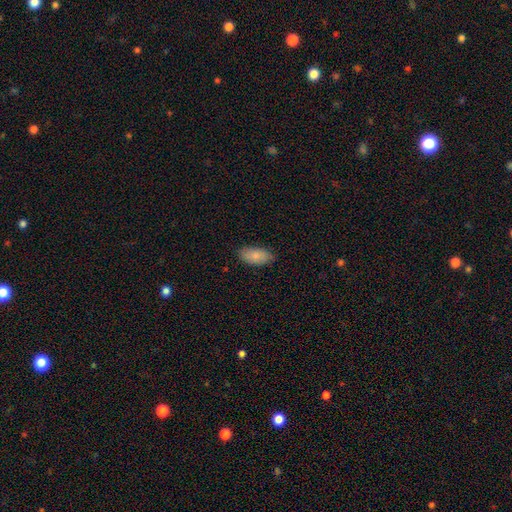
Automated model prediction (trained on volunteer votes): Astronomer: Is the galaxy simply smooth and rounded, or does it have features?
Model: smooth — 85%.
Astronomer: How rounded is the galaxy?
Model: in between — 93%.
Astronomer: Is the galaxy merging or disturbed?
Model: none — 82%.